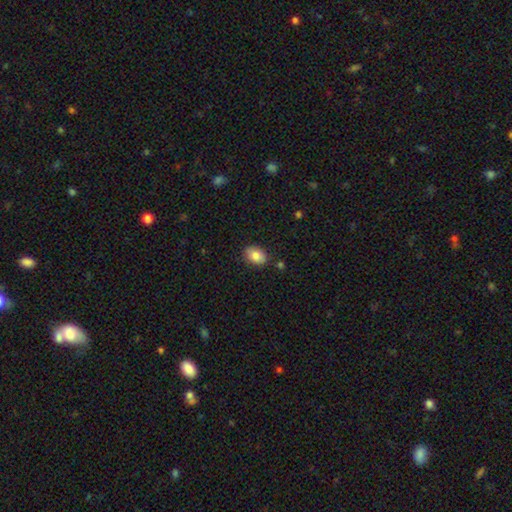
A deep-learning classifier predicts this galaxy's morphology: This is clearly a smooth galaxy (83%). How rounded: clearly in between (80%). Merging: clearly none (84%).